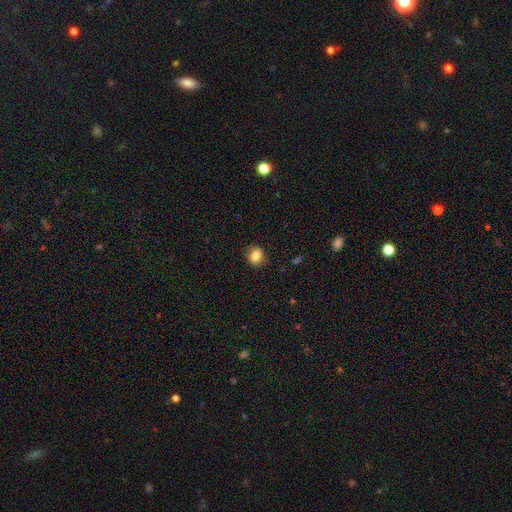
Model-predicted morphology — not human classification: smooth 82%, star or artifact 10%, featured or disk 8%. Down the decision tree: how rounded — round (64%); merging — none (87%).